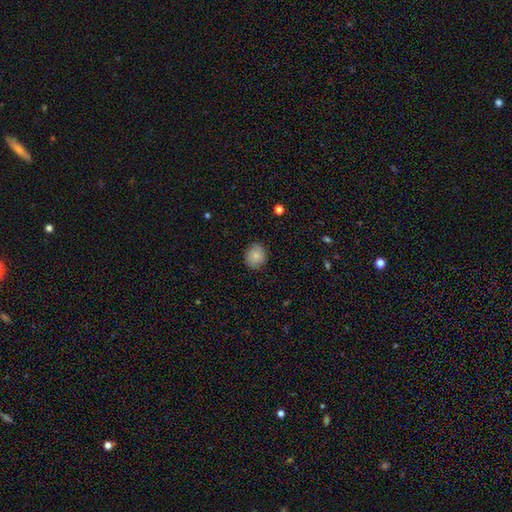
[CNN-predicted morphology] Smooth or featured? smooth (84%)
How rounded? round (68%)
Merging? none (85%)